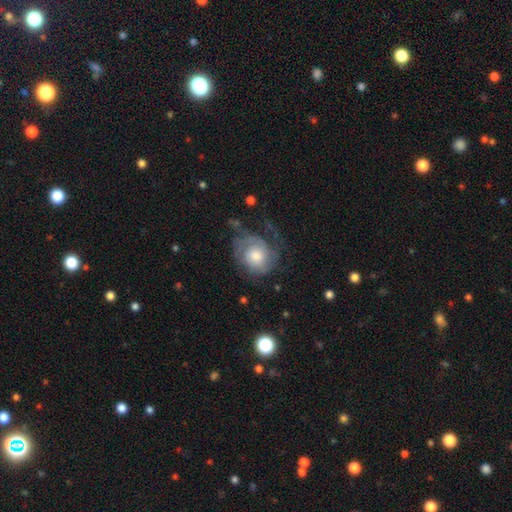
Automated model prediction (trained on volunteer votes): The model was most divided on "merging": none: 45%, major disturbance: 29%, minor disturbance: 23%, merger: 2%. More confident: edge-on disk — no (97%); spiral arms — yes (83%); bar — no (79%); smooth or featured — featured or disk (62%); bulge size — moderate (55%).